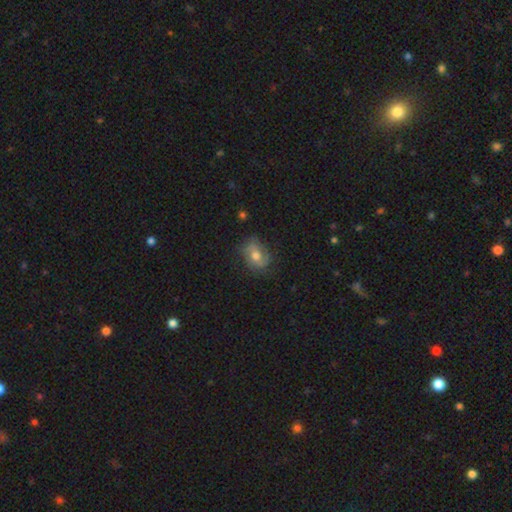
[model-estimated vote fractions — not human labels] Smooth or featured? Predicted: featured or disk (p=0.52). Edge-on disk? Predicted: no (p=0.95). Bar? Predicted: no (p=0.56). Spiral arms? Predicted: yes (p=0.76). Bulge size? Predicted: moderate (p=0.74). Merging? Predicted: none (p=0.68).